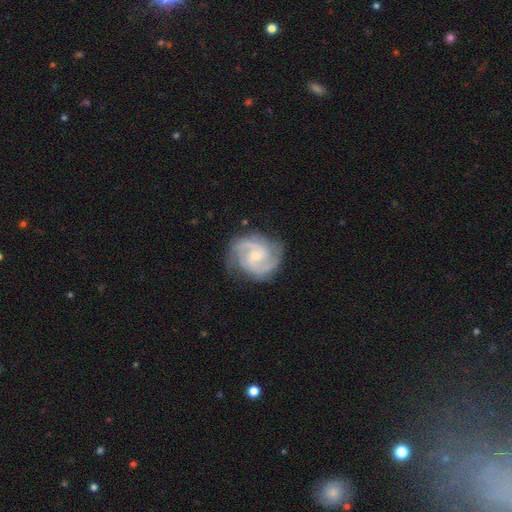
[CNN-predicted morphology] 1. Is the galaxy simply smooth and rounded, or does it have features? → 92% featured or disk, 4% smooth, 4% star or artifact.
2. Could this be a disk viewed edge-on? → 98% no, 2% yes.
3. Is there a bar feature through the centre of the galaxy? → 48% no, 43% weak, 9% strong.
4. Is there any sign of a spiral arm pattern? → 98% yes, 2% no.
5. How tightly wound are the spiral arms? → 48% medium, 45% tight, 6% loose.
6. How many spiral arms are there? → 69% 2, 19% 3, 5% can't tell, 3% 4, 2% 1, 2% more than 4.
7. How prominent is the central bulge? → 64% small, 31% moderate, 3% none, 1% large, 1% dominant.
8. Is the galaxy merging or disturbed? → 79% none, 16% minor disturbance, 5% major disturbance, 1% merger.